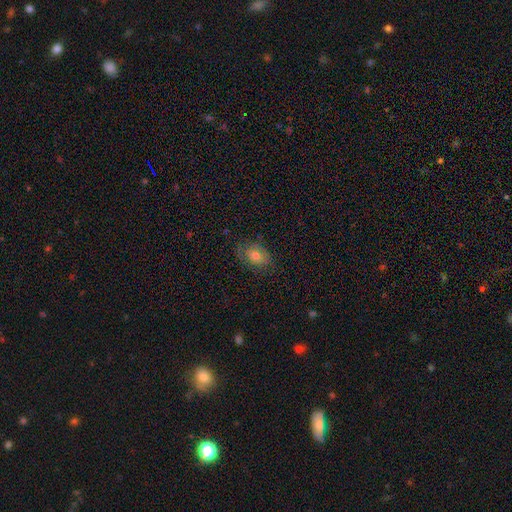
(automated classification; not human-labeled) A smooth galaxy with no disk features (57%) that is in between round and cigar-shaped (74%).

Vote fractions:
- Smooth or featured? smooth: 57% / featured or disk: 32% / star or artifact: 10%
- How rounded? in between: 74% / round: 25% / cigar-shaped: 1%
- Merging? none: 71% / minor disturbance: 20% / major disturbance: 8% / merger: 1%